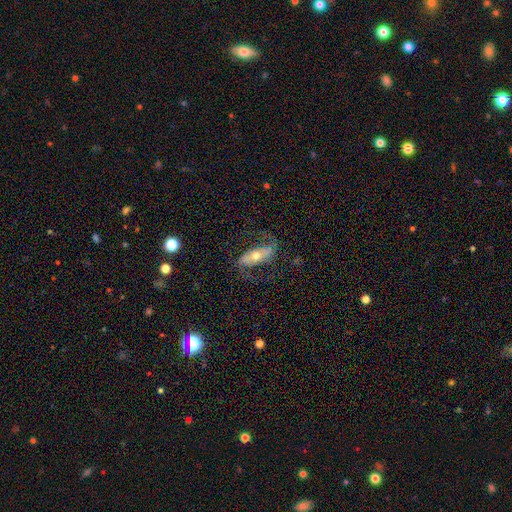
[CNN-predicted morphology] smooth_or_featured: featured or disk (p=0.67) [alt: smooth p=0.26]
disk_edge_on: no (p=0.85) [alt: yes p=0.15]
bar: no (p=0.38) [tied with: strong p=0.38]
has_spiral_arms: yes (p=0.81) [alt: no p=0.19]
bulge_size: moderate (p=0.61) [alt: small p=0.29]
merging: none (p=0.71) [alt: minor disturbance p=0.15]